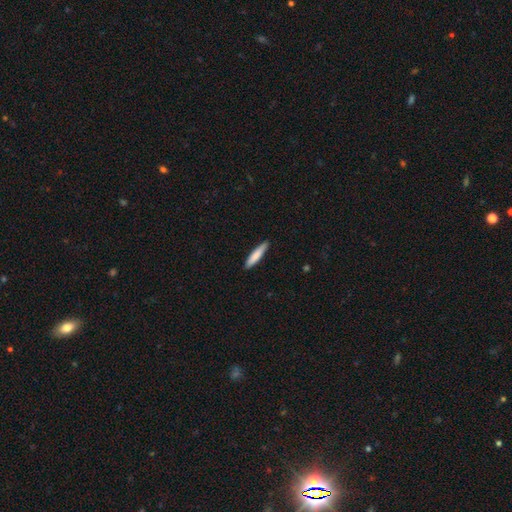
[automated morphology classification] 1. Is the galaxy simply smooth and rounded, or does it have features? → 81% smooth, 14% featured or disk, 5% star or artifact.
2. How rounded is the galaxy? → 88% cigar-shaped, 11% in between, 1% round.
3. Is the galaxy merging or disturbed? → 89% none, 9% minor disturbance, 2% major disturbance, 1% merger.